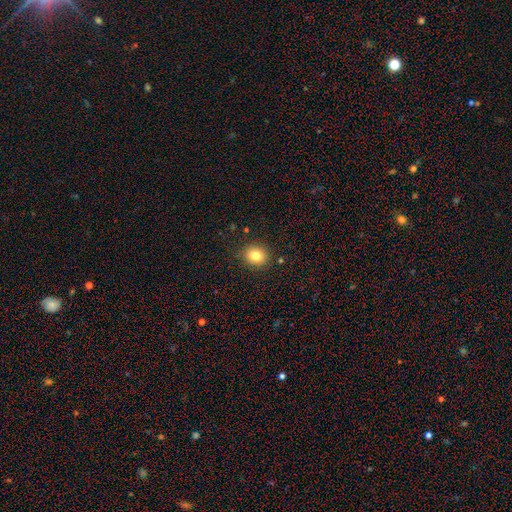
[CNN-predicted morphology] Smooth or featured?
  - smooth: 81% *
  - star or artifact: 11%
  - featured or disk: 8%
How rounded?
  - round: 73% *
  - in between: 26%
  - cigar-shaped: 1%
Merging?
  - none: 88% *
  - minor disturbance: 8%
  - major disturbance: 2%
  - merger: 1%